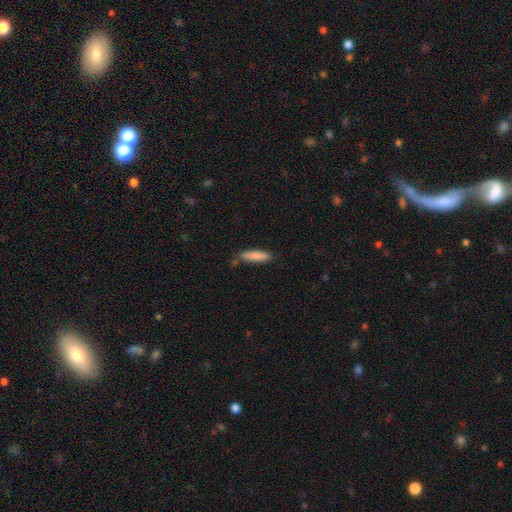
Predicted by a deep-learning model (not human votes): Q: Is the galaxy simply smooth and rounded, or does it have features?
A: smooth — 86%.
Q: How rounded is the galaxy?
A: cigar-shaped — 70%.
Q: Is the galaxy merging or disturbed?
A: none — 76%.